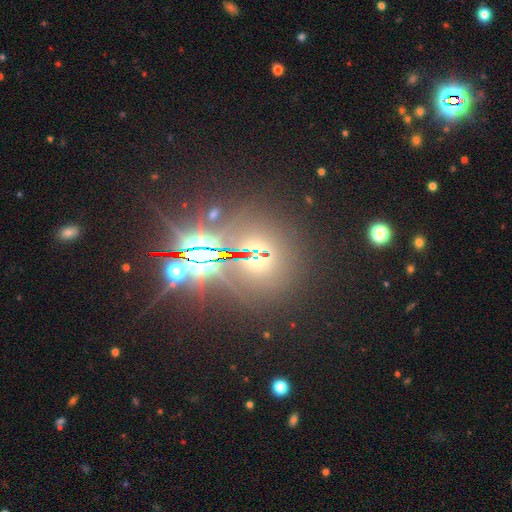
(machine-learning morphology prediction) Smooth or featured: star or artifact — 69% (smooth — 22%)